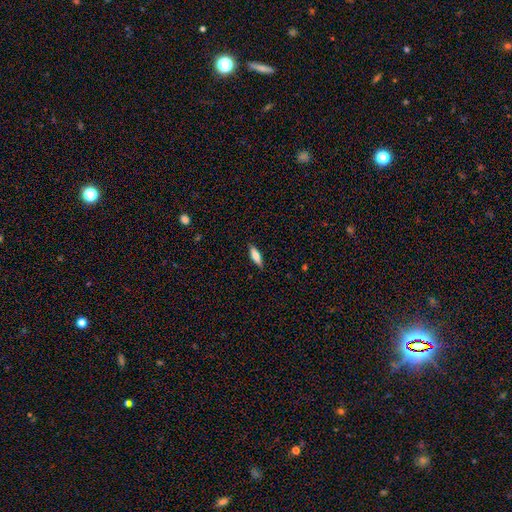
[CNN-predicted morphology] Smooth or featured: smooth — 72% (featured or disk — 22%)
How rounded: cigar-shaped — 52% (in between — 46%)
Merging: none — 87% (minor disturbance — 10%)